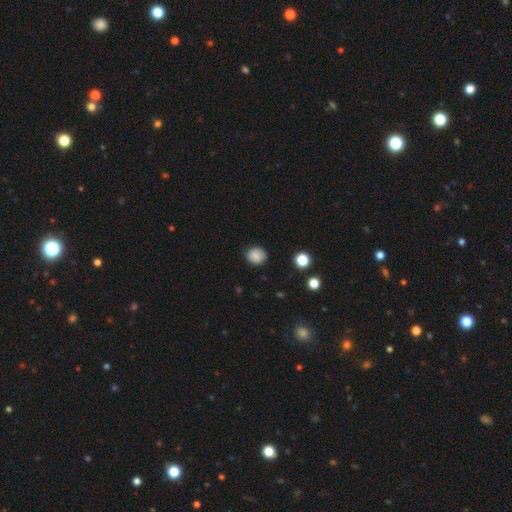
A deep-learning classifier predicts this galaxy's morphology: The model was most divided on "how rounded": round: 79%, in between: 20%, cigar-shaped: 1%. More confident: smooth or featured — smooth (84%); merging — none (83%).